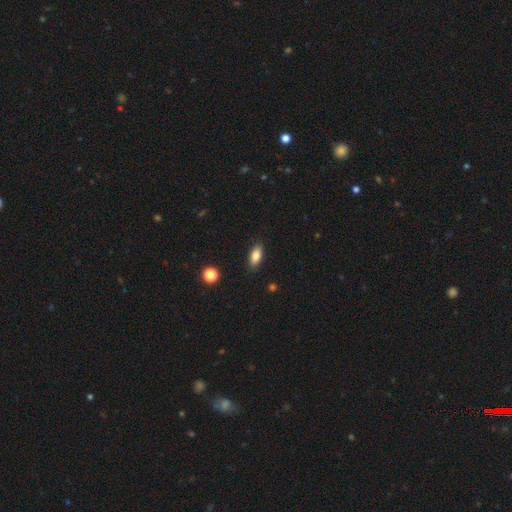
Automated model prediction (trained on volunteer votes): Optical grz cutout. It shows a smooth galaxy with no disk features (82%) that is in between round and cigar-shaped (84%). Merging: none (87%).